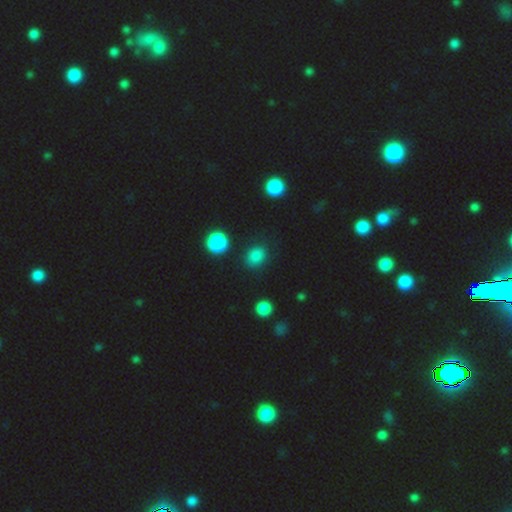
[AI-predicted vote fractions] Smooth or featured: smooth — 82% (star or artifact — 14%)
How rounded: round — 55% (in between — 43%)
Merging: none — 84% (minor disturbance — 10%)